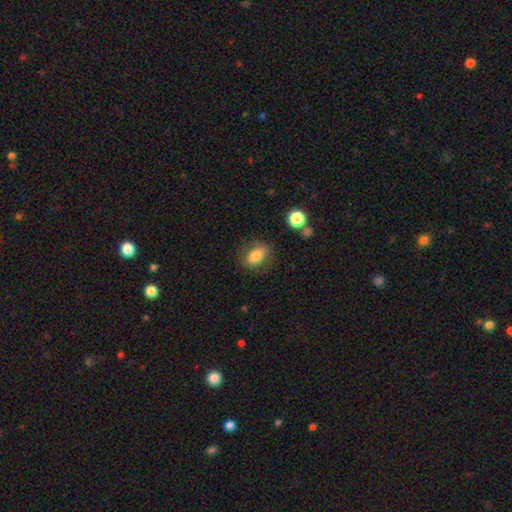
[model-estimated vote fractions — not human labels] smooth_or_featured: smooth (p=0.76) [alt: featured or disk p=0.15]
how_rounded: in between (p=0.78) [alt: round p=0.18]
merging: none (p=0.76) [alt: minor disturbance p=0.16]